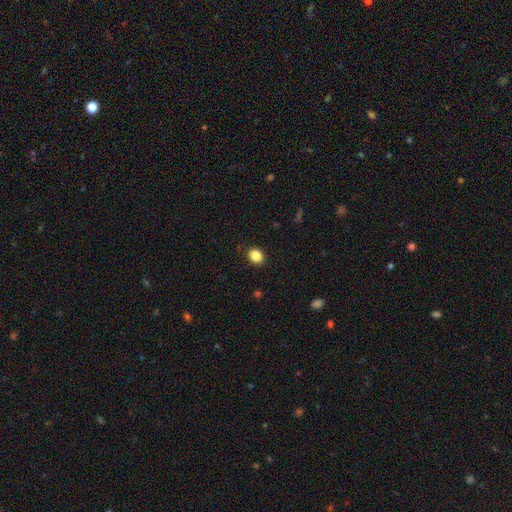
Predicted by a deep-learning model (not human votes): A smooth galaxy with no disk features (86%) that is round (61%). Merging: none (90%).